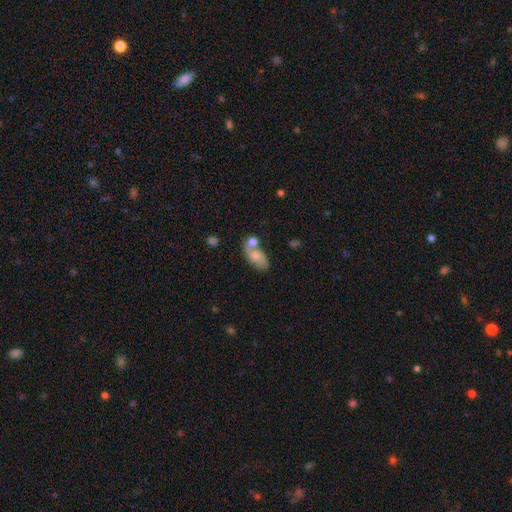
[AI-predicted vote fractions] Q: Smooth or featured?
A: smooth (50%); runner-up: featured or disk (42%)
Q: Merging?
A: none (43%); runner-up: merger (30%)